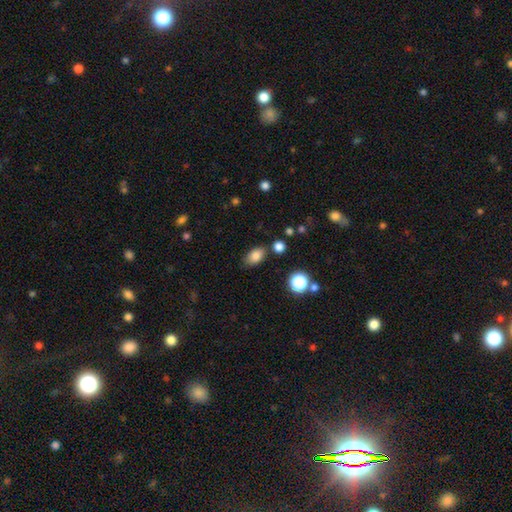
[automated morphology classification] The model was most divided on "merging": none: 79%, minor disturbance: 13%, merger: 5%, major disturbance: 3%. More confident: how rounded — in between (85%); smooth or featured — smooth (83%).